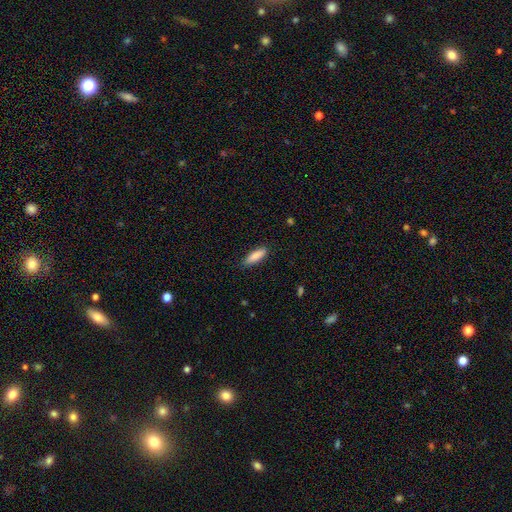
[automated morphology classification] Smooth or featured? smooth (88%)
How rounded? cigar-shaped (53%)
Merging? none (86%)